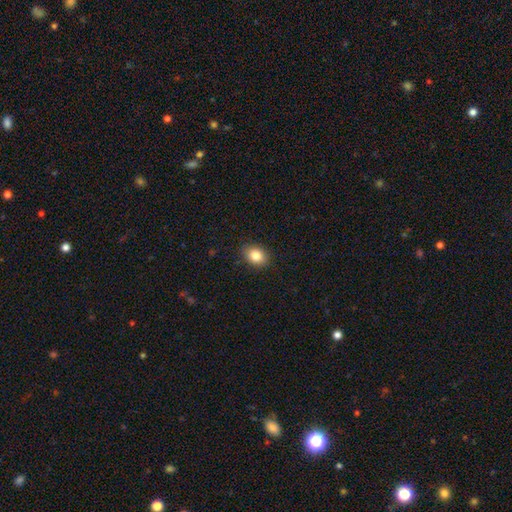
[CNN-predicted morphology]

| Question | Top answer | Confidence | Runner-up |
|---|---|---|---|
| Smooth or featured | smooth | 84% | star or artifact (9%) |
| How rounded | in between | 65% | round (34%) |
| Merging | none | 88% | minor disturbance (9%) |